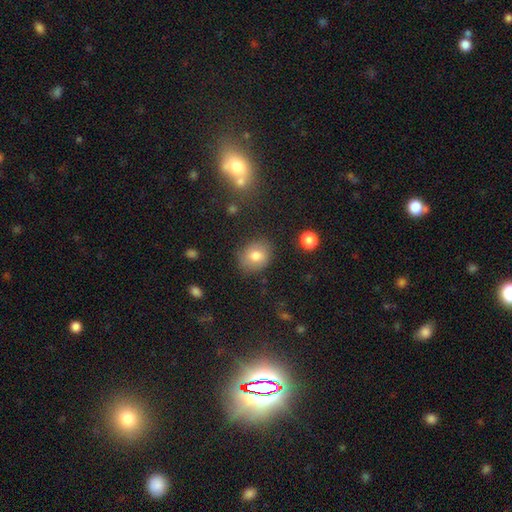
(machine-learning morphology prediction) Q: Smooth or featured?
A: smooth (77%); runner-up: featured or disk (13%)
Q: How rounded?
A: round (57%); runner-up: in between (42%)
Q: Merging?
A: none (79%); runner-up: minor disturbance (15%)